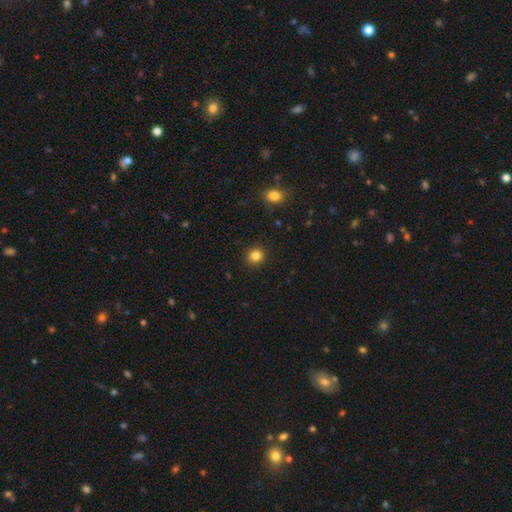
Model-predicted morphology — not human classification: Q: Smooth or featured?
A: smooth (83%); runner-up: star or artifact (12%)
Q: How rounded?
A: round (90%); runner-up: in between (9%)
Q: Merging?
A: none (91%); runner-up: minor disturbance (5%)